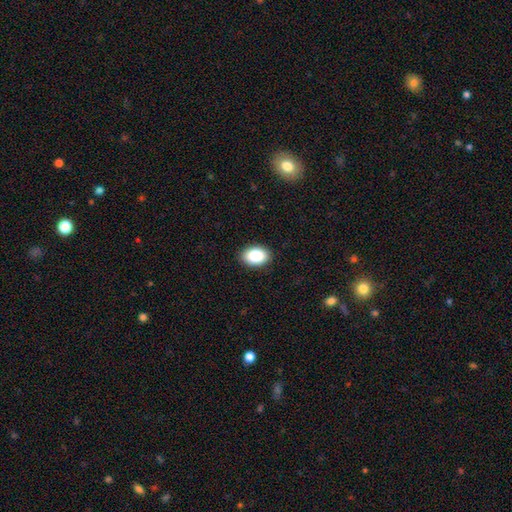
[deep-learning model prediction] Q: Smooth or featured?
A: smooth (87%); runner-up: star or artifact (7%)
Q: How rounded?
A: in between (84%); runner-up: round (14%)
Q: Merging?
A: none (89%); runner-up: minor disturbance (8%)